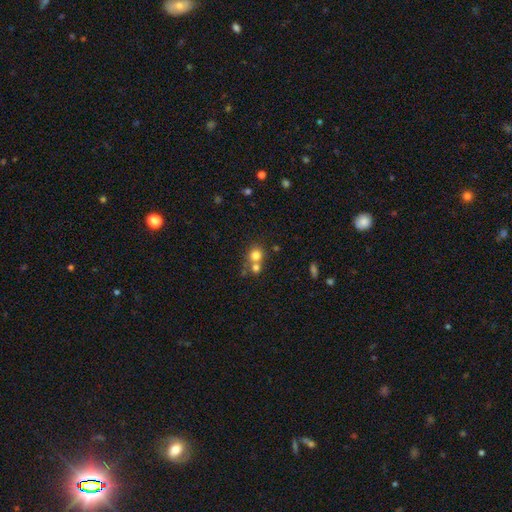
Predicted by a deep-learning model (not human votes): A smooth galaxy with no disk features (77%) that is round (84%). Merging: none (46%).